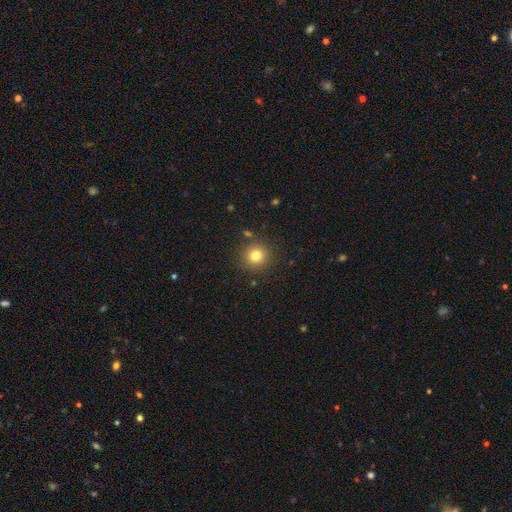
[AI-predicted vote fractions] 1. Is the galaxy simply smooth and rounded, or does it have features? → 80% smooth, 13% star or artifact, 7% featured or disk.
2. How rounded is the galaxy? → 94% round, 5% in between, 1% cigar-shaped.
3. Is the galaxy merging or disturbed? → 87% none, 7% minor disturbance, 3% merger, 3% major disturbance.